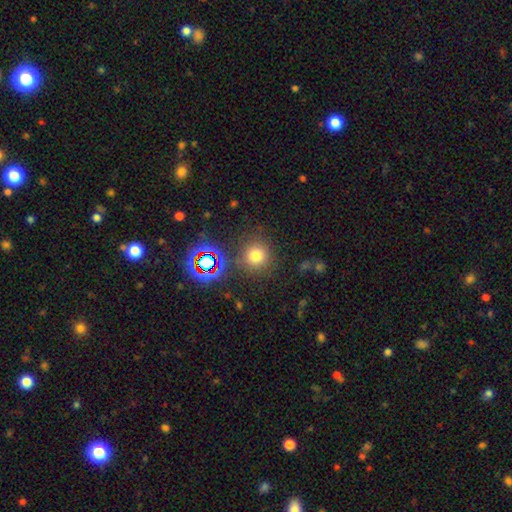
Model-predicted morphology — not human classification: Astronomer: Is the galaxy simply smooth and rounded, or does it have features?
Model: smooth — 71%.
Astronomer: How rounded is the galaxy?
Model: round — 92%.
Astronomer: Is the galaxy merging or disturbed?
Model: none — 83%.